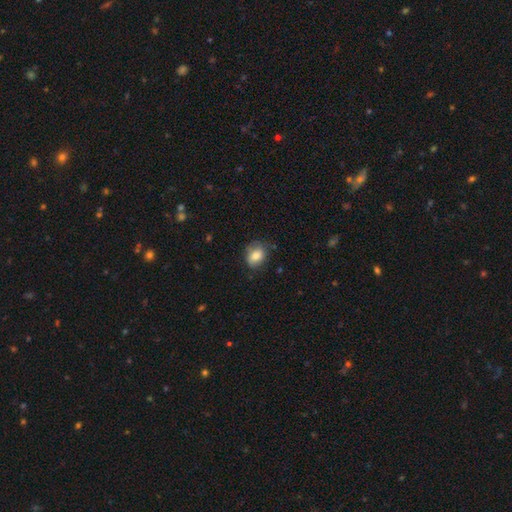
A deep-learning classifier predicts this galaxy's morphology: Overall: smooth (81%). How rounded: in between (63%; round 36%). Merging: none (68%).